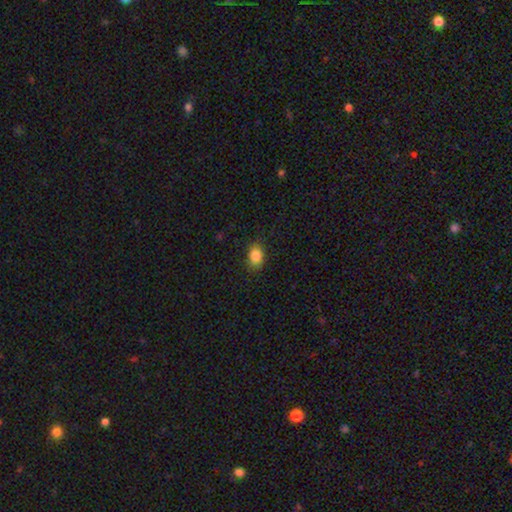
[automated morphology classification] smooth 85%, star or artifact 9%, featured or disk 5%. Down the decision tree: how rounded — in between (73%); merging — none (84%).